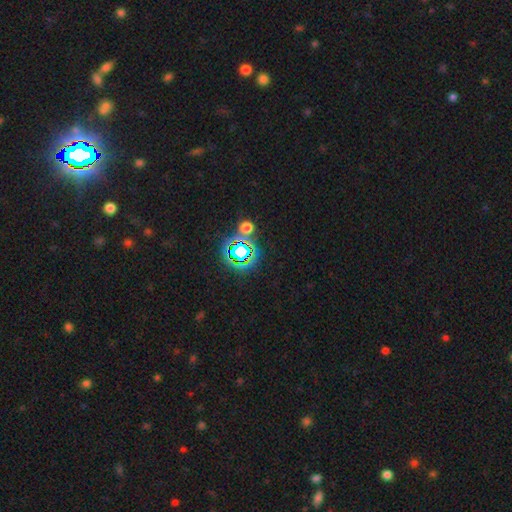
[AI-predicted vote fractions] Morphology: type=star or artifact (79%).